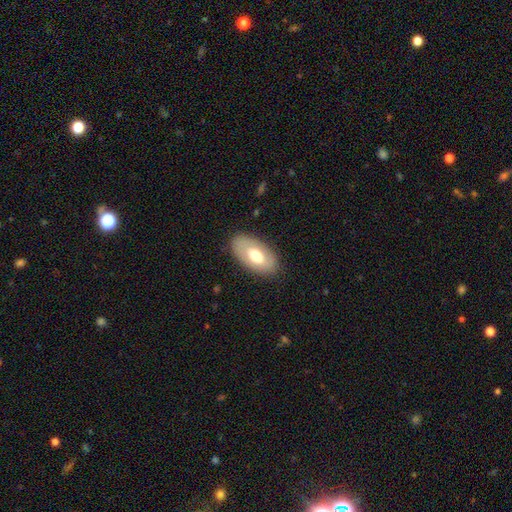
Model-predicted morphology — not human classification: A smooth galaxy with no disk features (61%) that is in between round and cigar-shaped (94%).

Vote fractions:
- Smooth or featured? smooth: 61% / featured or disk: 33% / star or artifact: 6%
- How rounded? in between: 94% / round: 4% / cigar-shaped: 2%
- Merging? none: 84% / minor disturbance: 12% / major disturbance: 3% / merger: 1%